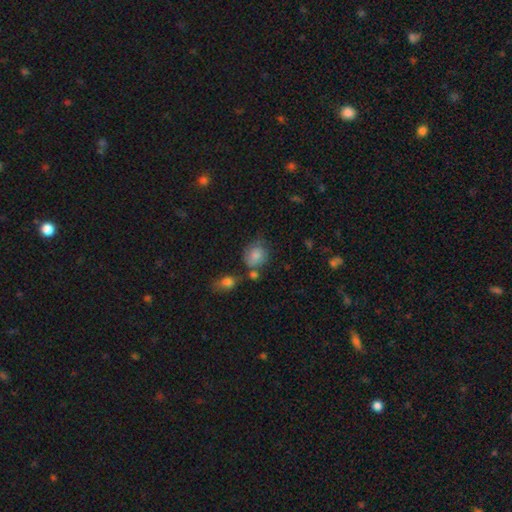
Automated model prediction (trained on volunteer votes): smooth_or_featured: smooth (p=0.77) [alt: featured or disk p=0.14]
how_rounded: round (p=0.64) [alt: in between p=0.35]
merging: none (p=0.50) [alt: minor disturbance p=0.25]